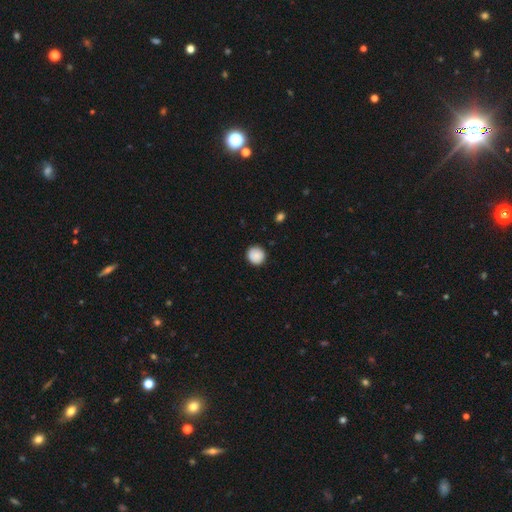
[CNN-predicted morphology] smooth_or_featured: smooth (p=0.88) [alt: star or artifact p=0.08]
how_rounded: round (p=0.93) [alt: in between p=0.06]
merging: none (p=0.88) [alt: minor disturbance p=0.09]